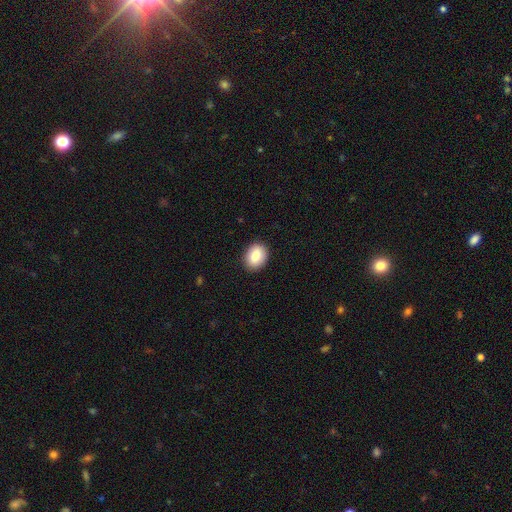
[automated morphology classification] This is clearly a smooth galaxy (86%). How rounded: likely in between (64%). Merging: clearly none (90%).